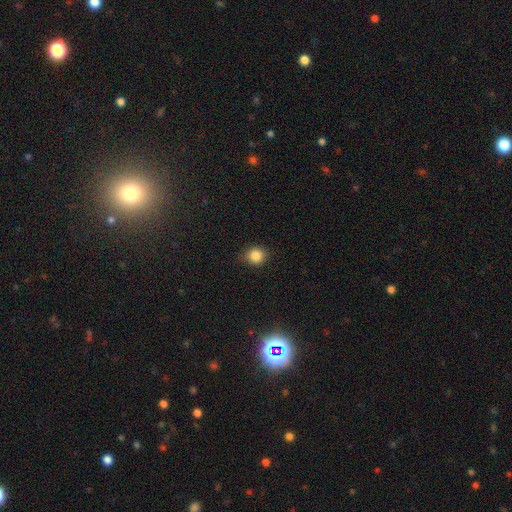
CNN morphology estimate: smooth_or_featured: smooth (p=0.84) [alt: star or artifact p=0.11]
how_rounded: round (p=0.87) [alt: in between p=0.12]
merging: none (p=0.82) [alt: minor disturbance p=0.14]